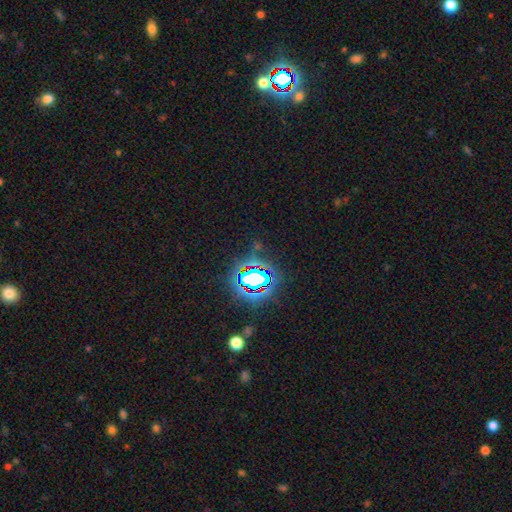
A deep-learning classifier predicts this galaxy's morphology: This appears to be a star or artifact, not a galaxy (81%).